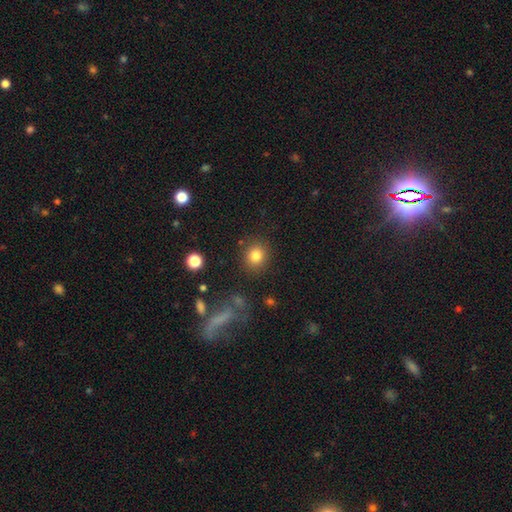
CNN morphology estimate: Q: Smooth or featured?
A: smooth (82%); runner-up: star or artifact (11%)
Q: How rounded?
A: round (84%); runner-up: in between (15%)
Q: Merging?
A: none (86%); runner-up: minor disturbance (8%)